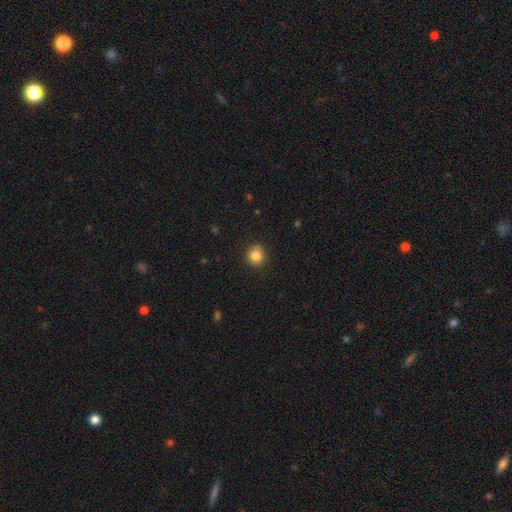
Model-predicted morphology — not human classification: type=smooth (85%); roundness=round (87%); merging=none (90%).